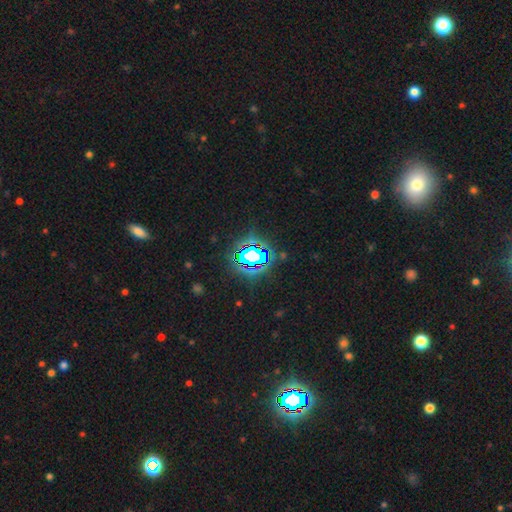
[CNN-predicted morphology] smooth_or_featured: star or artifact (p=0.73) [alt: smooth p=0.16]